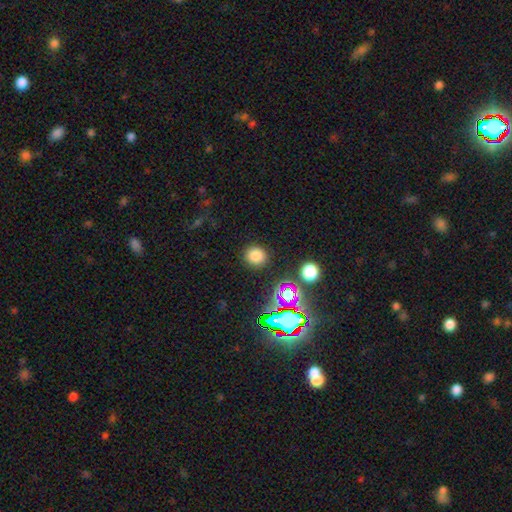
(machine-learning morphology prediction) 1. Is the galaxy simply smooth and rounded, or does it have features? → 76% smooth, 18% star or artifact, 5% featured or disk.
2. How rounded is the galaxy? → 84% round, 15% in between, 1% cigar-shaped.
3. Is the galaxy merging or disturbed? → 88% none, 7% minor disturbance, 3% major disturbance, 2% merger.